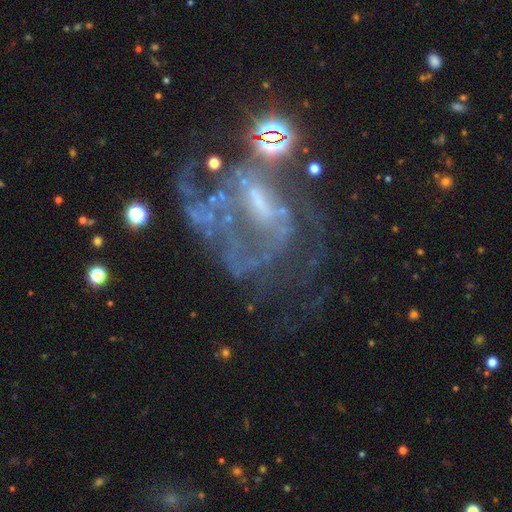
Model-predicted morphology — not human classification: This appears to be a featured or disk galaxy (75%) with no bar (43%), spiral arms (62%) and no central bulge (42%). Merging: major disturbance (39%).